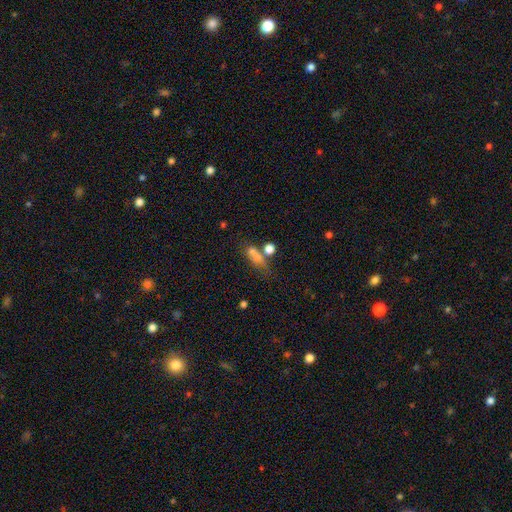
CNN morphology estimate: smooth-or-featured: smooth: 65% | featured or disk: 20% | star or artifact: 15%
  how-rounded: in between: 54% | cigar-shaped: 24% | round: 22%
  merging: none: 37% | merger: 35% | minor disturbance: 15% | major disturbance: 13%